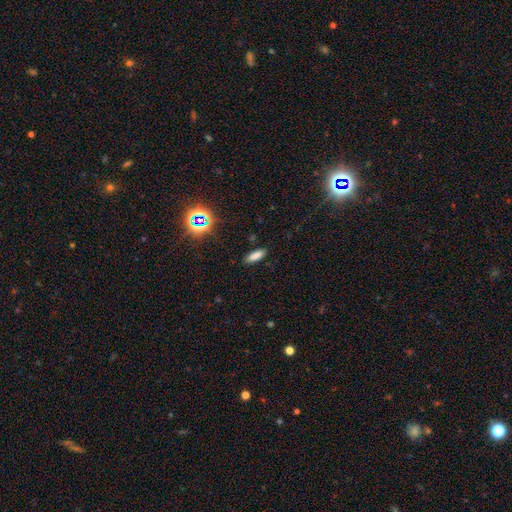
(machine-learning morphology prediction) Q: Smooth or featured?
A: smooth (78%); runner-up: star or artifact (15%)
Q: How rounded?
A: in between (54%); runner-up: cigar-shaped (43%)
Q: Merging?
A: none (87%); runner-up: minor disturbance (9%)